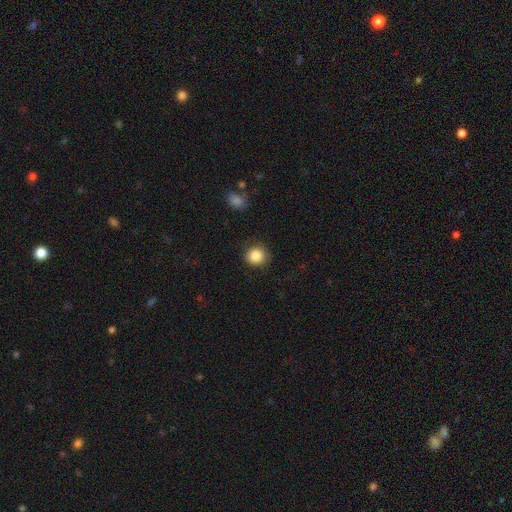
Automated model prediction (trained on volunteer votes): Smooth or featured: smooth — 86% (star or artifact — 9%)
How rounded: round — 88% (in between — 11%)
Merging: none — 87% (minor disturbance — 9%)